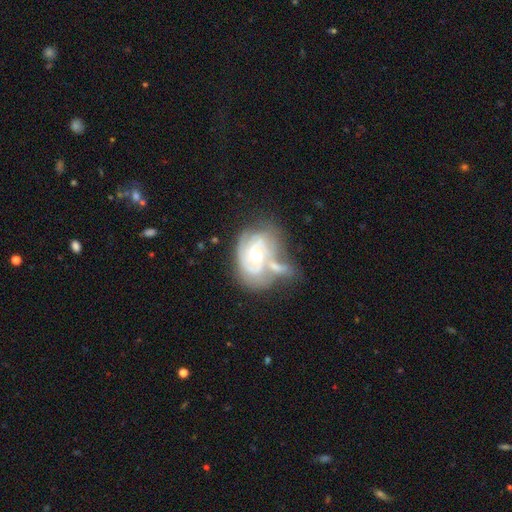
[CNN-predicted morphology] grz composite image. It shows a featured or disk galaxy (80%) with no bar (65%), 2 (37%) tight (59%) spiral arms (87%) and a moderate central bulge (69%). Merging: merger (39%).